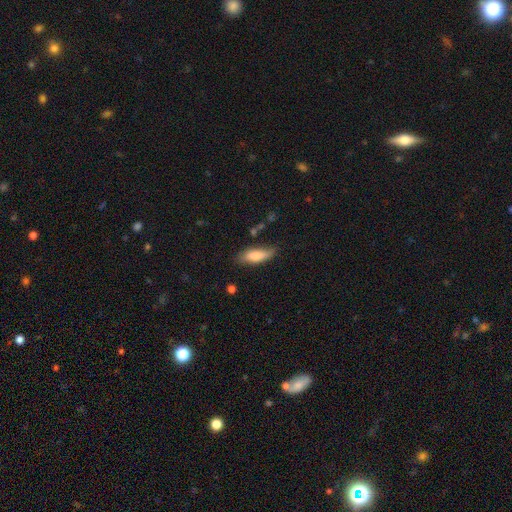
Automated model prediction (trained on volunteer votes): smooth 75%, featured or disk 18%, star or artifact 6%. Down the decision tree: how rounded — in between (60%); merging — none (70%).